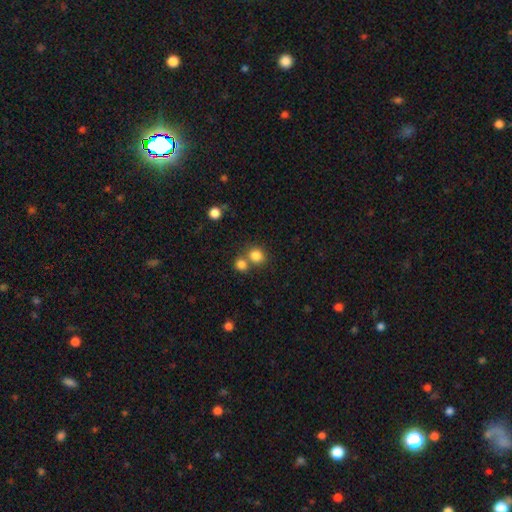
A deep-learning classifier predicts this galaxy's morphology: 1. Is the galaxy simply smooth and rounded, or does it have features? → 82% smooth, 12% star or artifact, 6% featured or disk.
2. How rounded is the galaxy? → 79% round, 20% in between, 1% cigar-shaped.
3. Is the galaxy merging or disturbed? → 55% none, 35% merger, 7% minor disturbance, 3% major disturbance.